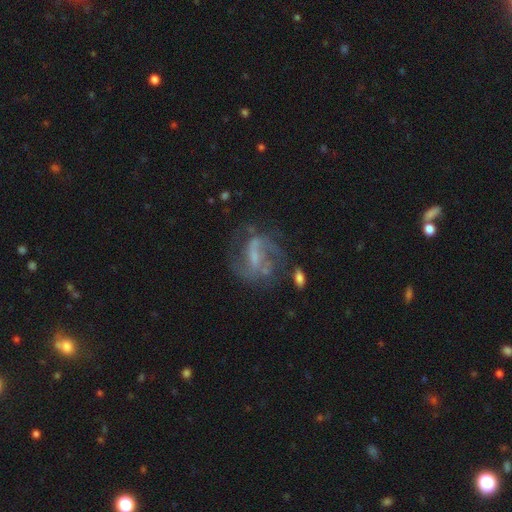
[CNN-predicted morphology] This is likely a featured or disk galaxy (79%). It is clearly not viewed edge-on (96%). Bar: possibly weak (47%). Spiral arm pattern: clearly yes (88%). Spiral arm count: likely 2 (73%). Spiral winding: possibly medium (46%). Central bulge: possibly small (46%). Merging: possibly none (59%).